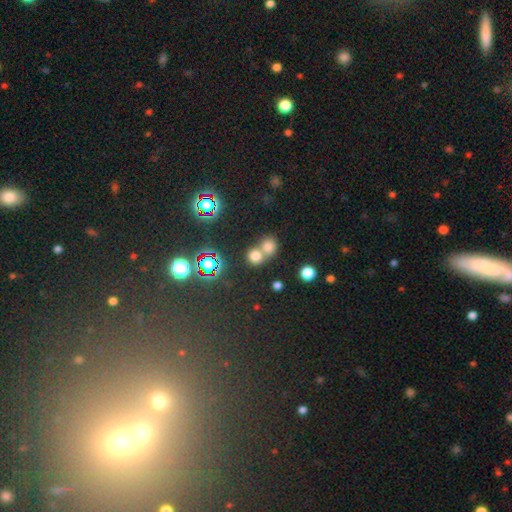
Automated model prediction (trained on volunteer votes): Morphology: type=smooth (69%); roundness=round (83%); merging=merger (53%).